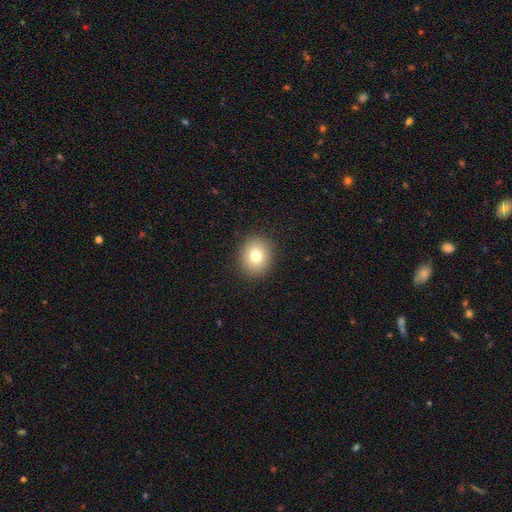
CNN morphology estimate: Q: Smooth or featured?
A: smooth (78%); runner-up: featured or disk (11%)
Q: How rounded?
A: round (65%); runner-up: in between (34%)
Q: Merging?
A: none (90%); runner-up: minor disturbance (7%)